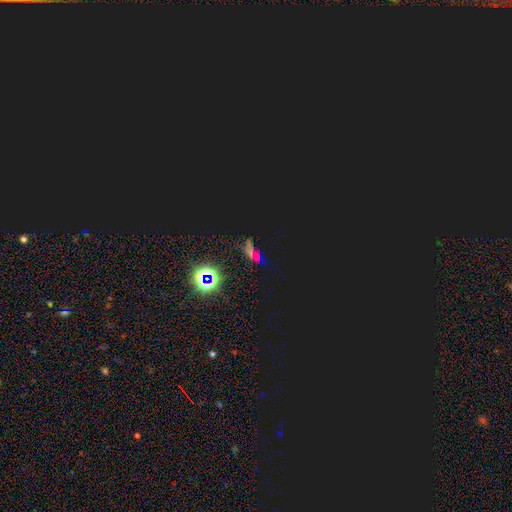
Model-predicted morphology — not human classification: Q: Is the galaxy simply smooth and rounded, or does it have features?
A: star or artifact — 70%.